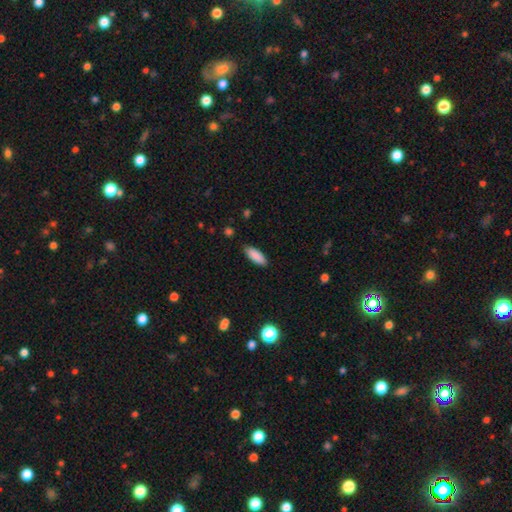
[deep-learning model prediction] Q: Smooth or featured?
A: smooth (89%); runner-up: star or artifact (7%)
Q: How rounded?
A: in between (73%); runner-up: cigar-shaped (26%)
Q: Merging?
A: none (87%); runner-up: minor disturbance (10%)